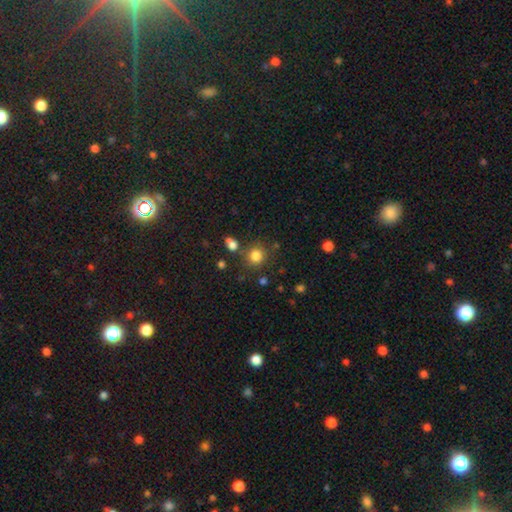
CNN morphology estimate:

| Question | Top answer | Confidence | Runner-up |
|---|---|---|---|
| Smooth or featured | smooth | 82% | star or artifact (12%) |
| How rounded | round | 88% | in between (11%) |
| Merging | none | 78% | minor disturbance (10%) |